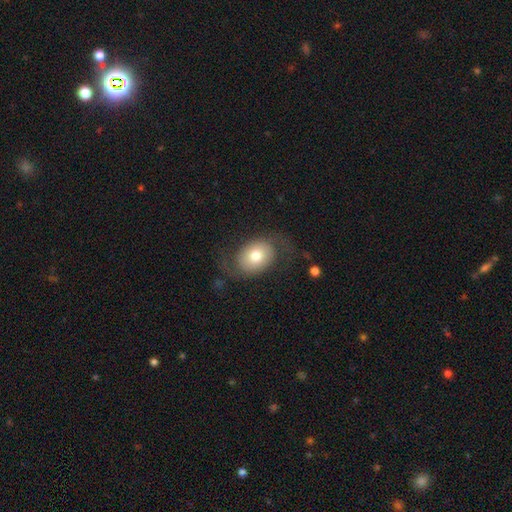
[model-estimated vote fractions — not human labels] Smooth or featured: smooth — 53% (featured or disk — 39%)
How rounded: in between — 65% (round — 34%)
Merging: none — 66% (minor disturbance — 17%)